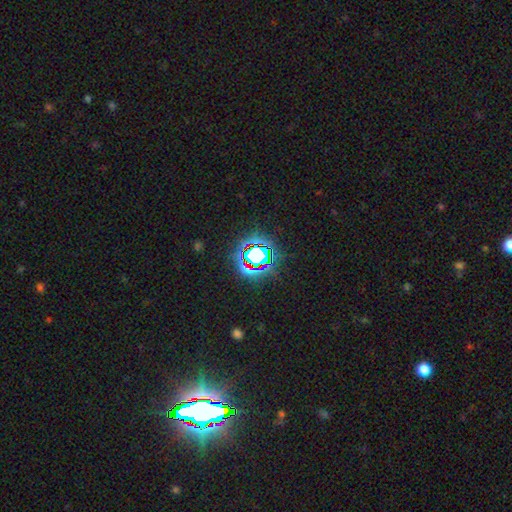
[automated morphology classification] The model was most divided on "smooth or featured": star or artifact: 74%, smooth: 16%, featured or disk: 11%.